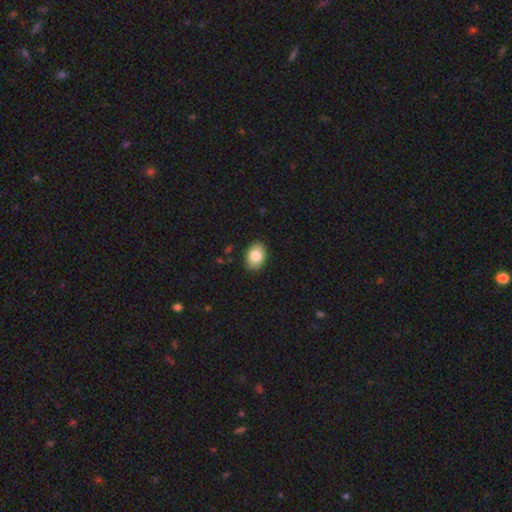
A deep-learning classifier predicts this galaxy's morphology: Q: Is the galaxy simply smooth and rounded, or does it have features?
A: smooth — 84%.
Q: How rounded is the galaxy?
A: in between — 83%.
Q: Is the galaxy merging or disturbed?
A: none — 88%.